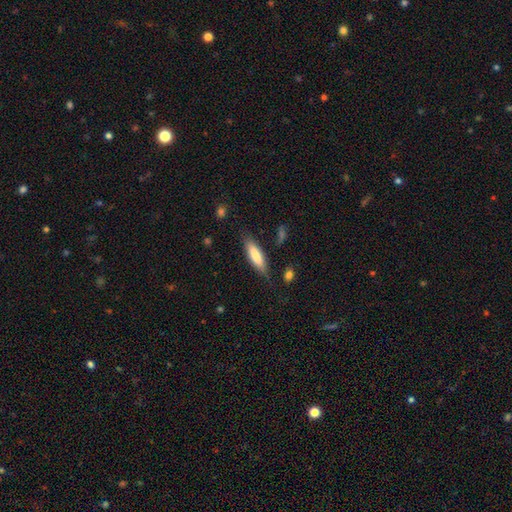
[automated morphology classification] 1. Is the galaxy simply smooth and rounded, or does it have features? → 78% smooth, 16% featured or disk, 6% star or artifact.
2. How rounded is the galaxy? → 59% cigar-shaped, 40% in between, 1% round.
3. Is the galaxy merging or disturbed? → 77% none, 17% minor disturbance, 4% major disturbance, 2% merger.